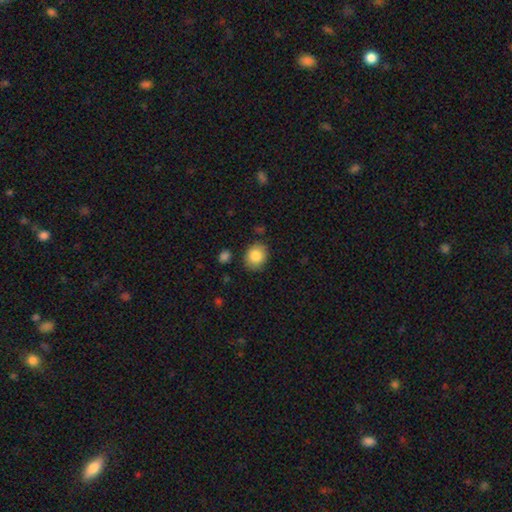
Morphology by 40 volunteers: A smooth galaxy with no disk features (90%) that is round (72%). Merging: none (81%).